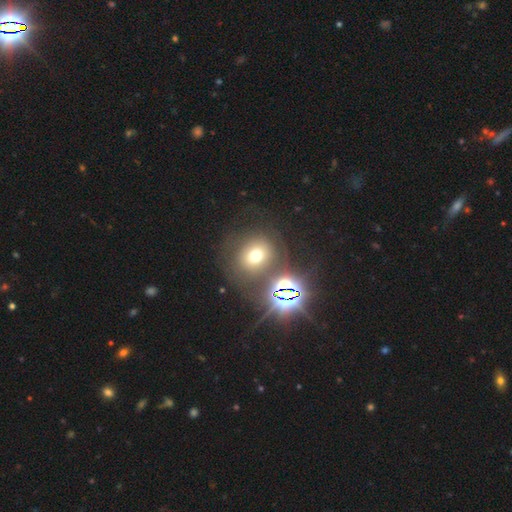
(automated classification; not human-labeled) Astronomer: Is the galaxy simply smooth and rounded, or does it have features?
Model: smooth — 58%.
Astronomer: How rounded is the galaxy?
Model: round — 78%.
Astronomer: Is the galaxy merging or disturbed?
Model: none — 72%.